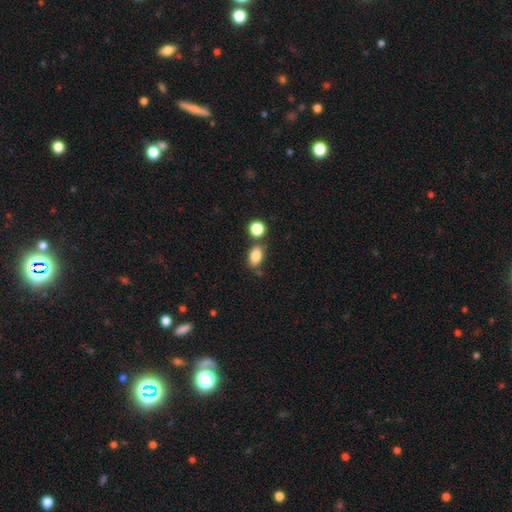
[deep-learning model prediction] Q: Smooth or featured?
A: smooth (84%); runner-up: star or artifact (9%)
Q: How rounded?
A: in between (83%); runner-up: round (14%)
Q: Merging?
A: none (68%); runner-up: merger (15%)